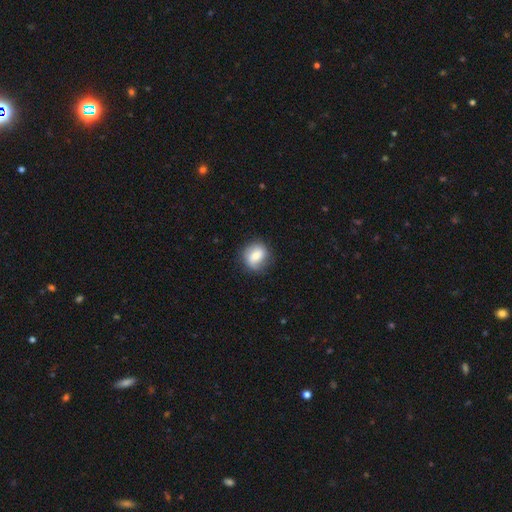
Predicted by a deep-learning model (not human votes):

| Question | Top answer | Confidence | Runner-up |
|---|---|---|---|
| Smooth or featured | smooth | 64% | featured or disk (28%) |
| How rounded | round | 72% | in between (27%) |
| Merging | none | 80% | minor disturbance (14%) |